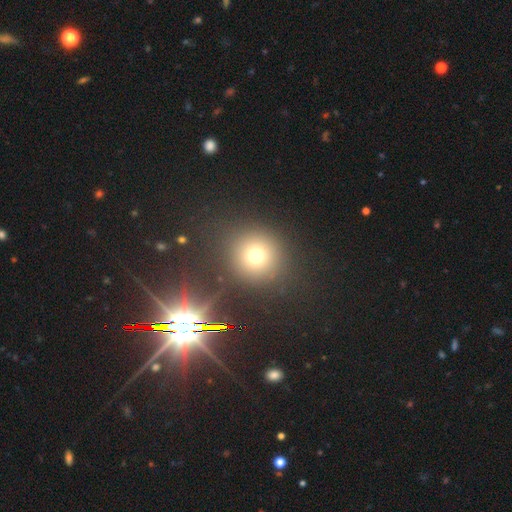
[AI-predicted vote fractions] Overall: smooth (69%). How rounded: round (91%). Merging: none (85%).